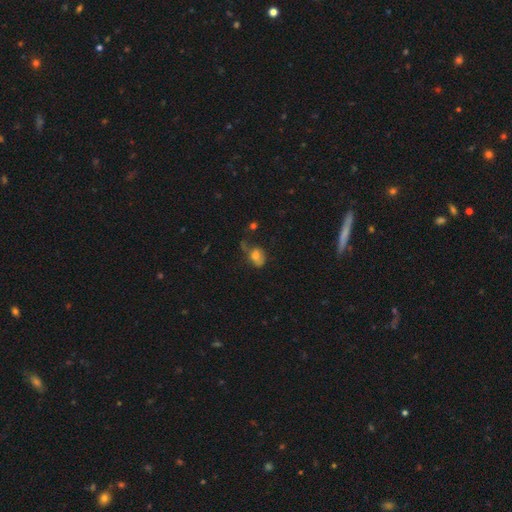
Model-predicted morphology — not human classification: A smooth galaxy with no disk features (66%) that is in between round and cigar-shaped (72%).

Vote fractions:
- Smooth or featured? smooth: 66% / featured or disk: 22% / star or artifact: 13%
- How rounded? in between: 72% / round: 26% / cigar-shaped: 2%
- Merging? major disturbance: 33% / none: 30% / minor disturbance: 29% / merger: 8%